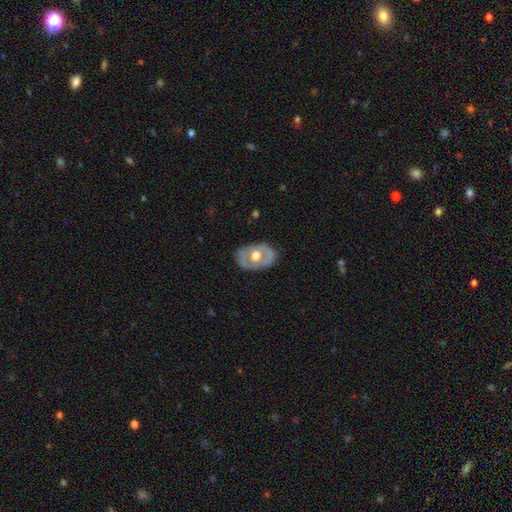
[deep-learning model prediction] Smooth or featured: featured or disk — 58% (smooth — 37%)
Edge-on disk: no — 91% (yes — 9%)
Bar: no — 81% (weak — 15%)
Spiral arms: no — 79% (yes — 21%)
Bulge size: moderate — 63% (large — 31%)
Merging: none — 75% (minor disturbance — 18%)